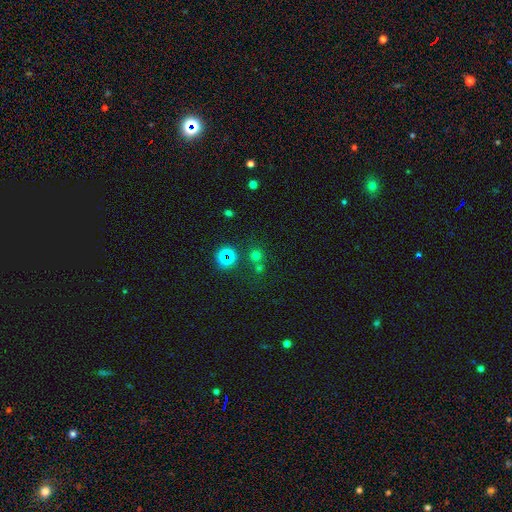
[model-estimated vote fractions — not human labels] Smooth or featured? Predicted: smooth (p=0.56). How rounded? Predicted: round (p=0.90). Merging? Predicted: none (p=0.65).